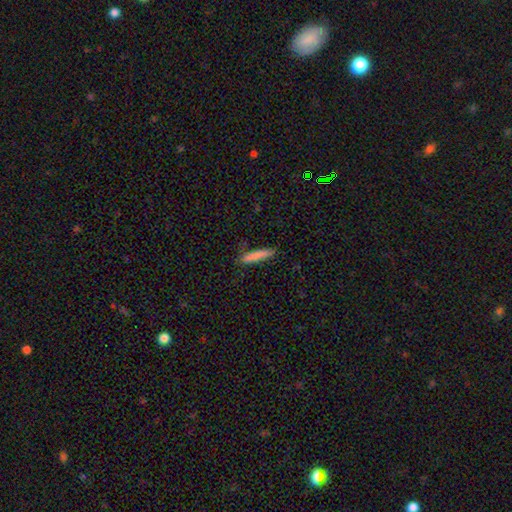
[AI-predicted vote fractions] A smooth galaxy with no disk features (82%) that is cigar-shaped (89%). Merging: none (80%).